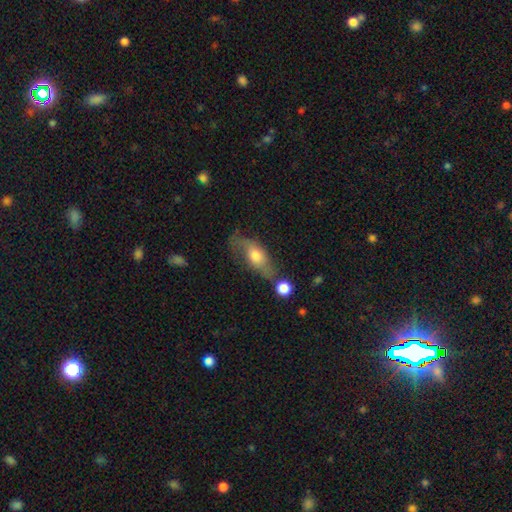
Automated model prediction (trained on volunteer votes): Smooth or featured? Predicted: smooth (p=0.56). How rounded? Predicted: in between (p=0.71). Merging? Predicted: none (p=0.44).